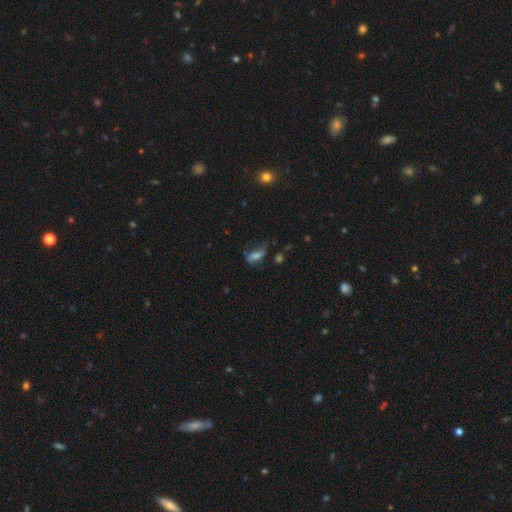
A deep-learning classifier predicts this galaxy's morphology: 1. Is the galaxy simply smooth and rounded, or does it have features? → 54% smooth, 32% featured or disk, 14% star or artifact.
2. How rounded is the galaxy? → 76% in between, 18% cigar-shaped, 6% round.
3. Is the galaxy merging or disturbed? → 40% none, 30% minor disturbance, 27% major disturbance, 4% merger.